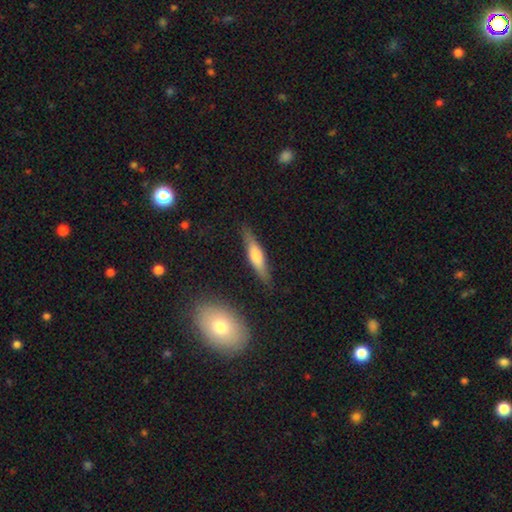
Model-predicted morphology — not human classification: smooth_or_featured: smooth (p=0.47) [alt: featured or disk p=0.46]
merging: none (p=0.85) [alt: minor disturbance p=0.11]